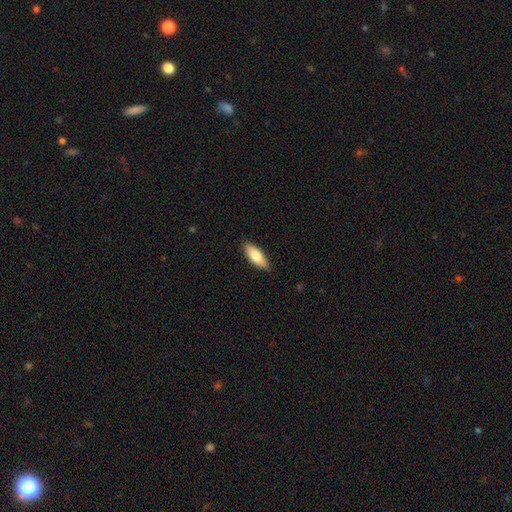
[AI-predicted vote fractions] This appears to be a smooth galaxy with no disk features (79%) that is in between round and cigar-shaped (73%). Merging: none (87%).